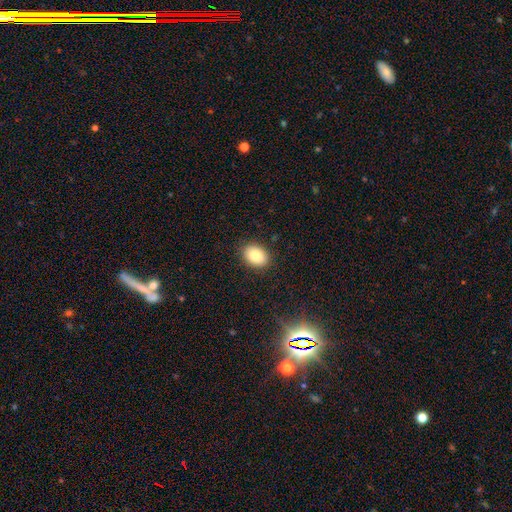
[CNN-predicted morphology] Smooth or featured? Predicted: smooth (p=0.85). How rounded? Predicted: in between (p=0.74). Merging? Predicted: none (p=0.89).